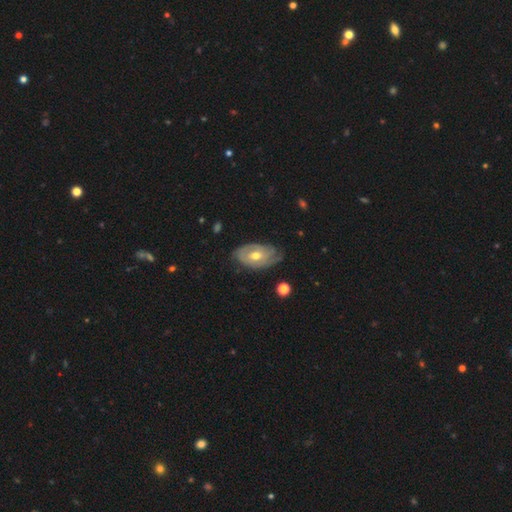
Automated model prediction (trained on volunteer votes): Smooth or featured? Predicted: featured or disk (p=0.70). Edge-on disk? Predicted: no (p=0.93). Bar? Predicted: no (p=0.69). Spiral arms? Predicted: yes (p=0.77). Spiral winding? Predicted: tight (p=0.65). Spiral arm count? Predicted: can't tell (p=0.43). Bulge size? Predicted: moderate (p=0.71). Merging? Predicted: none (p=0.61).